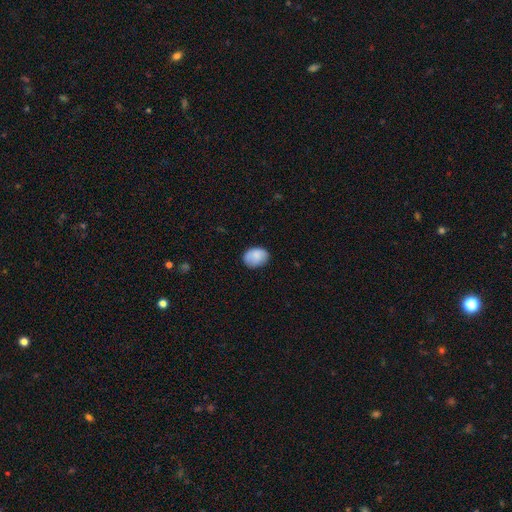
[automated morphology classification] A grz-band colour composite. It shows a smooth galaxy with no disk features (86%) that is in between round and cigar-shaped (68%). Merging: none (79%).